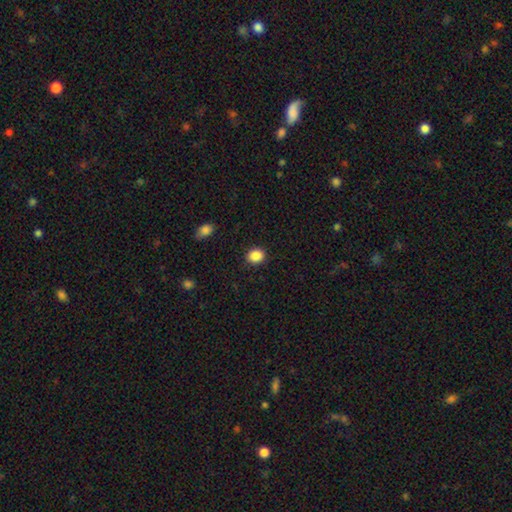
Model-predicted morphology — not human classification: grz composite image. It shows a smooth galaxy with no disk features (88%) that is round (66%). Merging: none (90%).